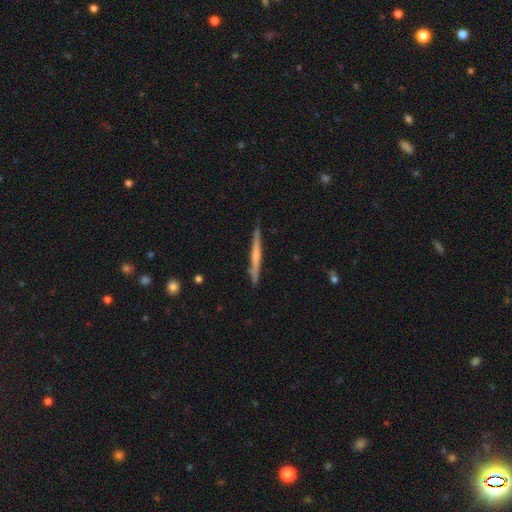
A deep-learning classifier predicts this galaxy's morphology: Smooth or featured: featured or disk — 53% (smooth — 41%)
Edge-on disk: yes — 97% (no — 3%)
Edge-on bulge: none — 60% (rounded — 29%)
Merging: none — 87% (minor disturbance — 10%)